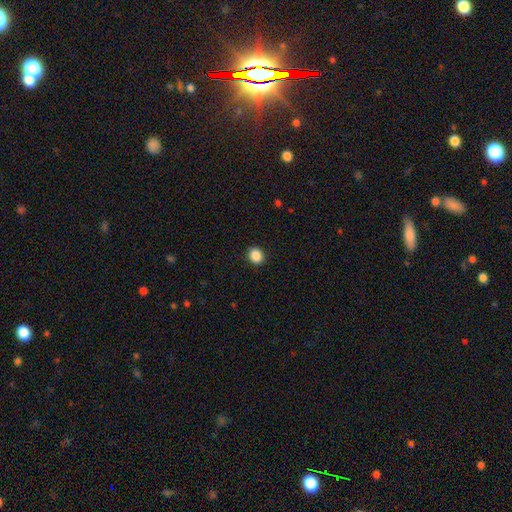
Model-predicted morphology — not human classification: smooth 88%, star or artifact 9%, featured or disk 3%. Down the decision tree: how rounded — round (67%); merging — none (91%).